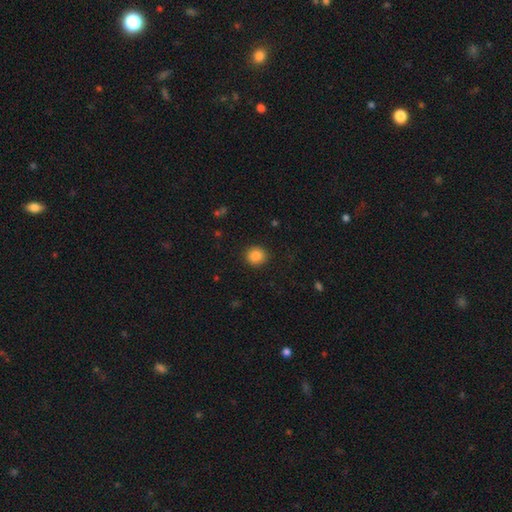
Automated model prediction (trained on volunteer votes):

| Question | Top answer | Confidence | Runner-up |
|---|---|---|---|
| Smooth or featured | smooth | 87% | star or artifact (10%) |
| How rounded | round | 90% | in between (9%) |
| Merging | none | 91% | minor disturbance (6%) |